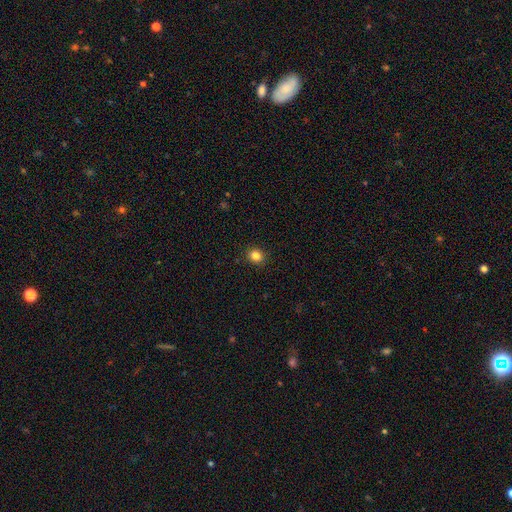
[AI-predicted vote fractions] This is clearly a smooth galaxy (84%). How rounded: likely round (75%). Merging: clearly none (91%).